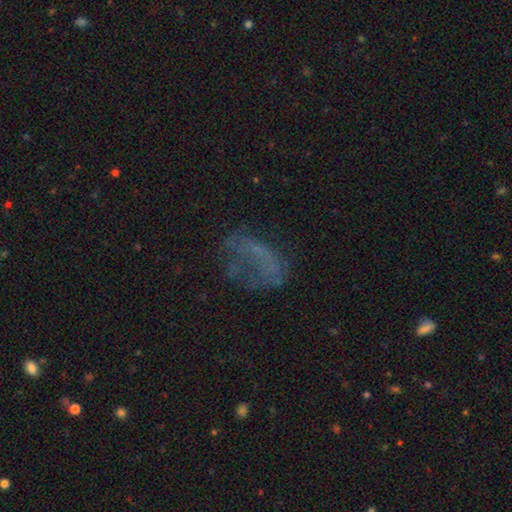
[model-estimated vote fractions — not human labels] Smooth or featured?
  - featured or disk: 40% *
  - smooth: 36%
  - star or artifact: 24%
Merging?
  - none: 41% *
  - major disturbance: 35%
  - minor disturbance: 19%
  - merger: 4%